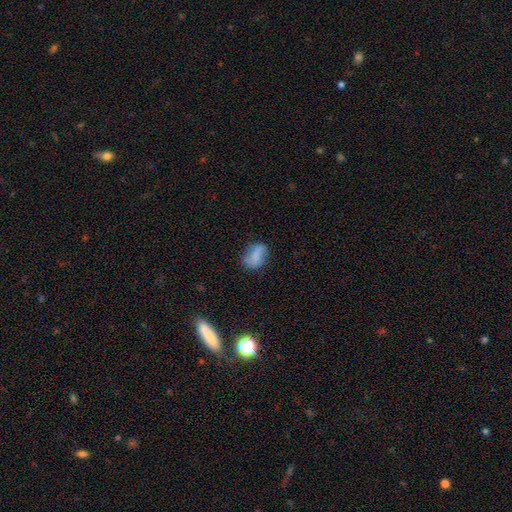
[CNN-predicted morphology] Q: Smooth or featured?
A: smooth (74%); runner-up: featured or disk (16%)
Q: How rounded?
A: in between (79%); runner-up: round (18%)
Q: Merging?
A: none (64%); runner-up: minor disturbance (24%)